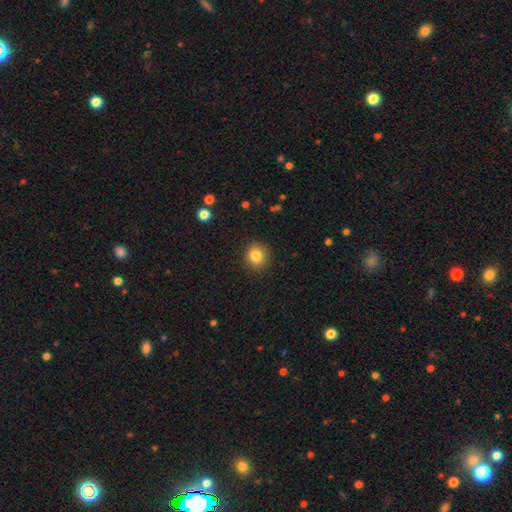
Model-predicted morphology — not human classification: smooth-or-featured: smooth: 84% | star or artifact: 11% | featured or disk: 6%
  how-rounded: round: 85% | in between: 14% | cigar-shaped: 1%
  merging: none: 89% | minor disturbance: 8% | major disturbance: 2% | merger: 1%